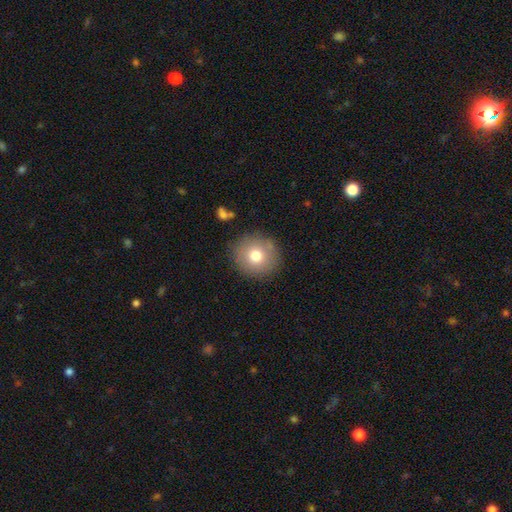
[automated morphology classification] A smooth galaxy with no disk features (76%) that is round (91%).

Vote fractions:
- Smooth or featured? smooth: 76% / featured or disk: 14% / star or artifact: 10%
- How rounded? round: 91% / in between: 8% / cigar-shaped: 1%
- Merging? none: 86% / minor disturbance: 9% / major disturbance: 3% / merger: 2%